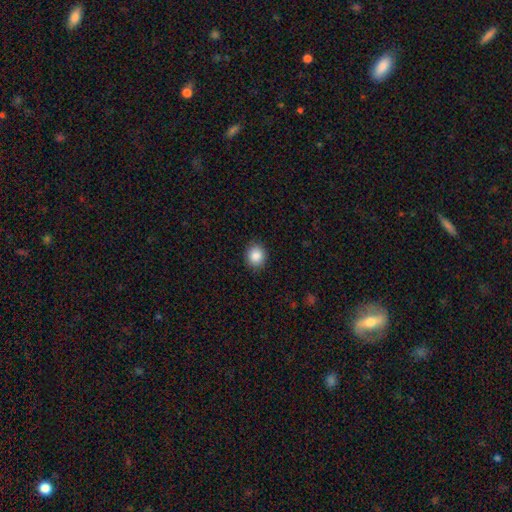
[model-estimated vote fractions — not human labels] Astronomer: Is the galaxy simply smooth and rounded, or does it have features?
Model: smooth — 87%.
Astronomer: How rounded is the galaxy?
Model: round — 78%.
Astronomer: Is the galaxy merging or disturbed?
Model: none — 90%.